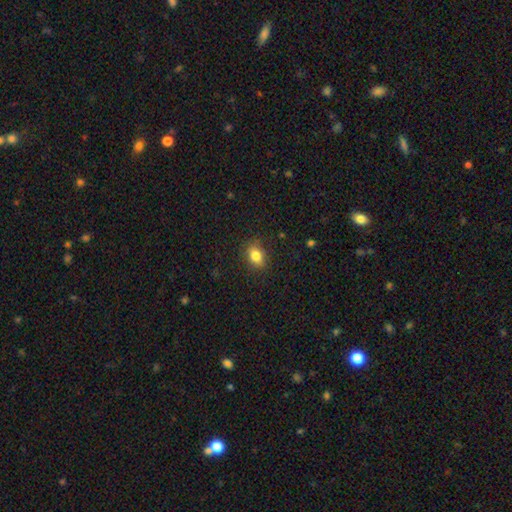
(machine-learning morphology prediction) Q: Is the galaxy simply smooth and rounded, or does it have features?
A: smooth — 83%.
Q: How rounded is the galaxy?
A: in between — 76%.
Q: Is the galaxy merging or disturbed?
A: none — 84%.